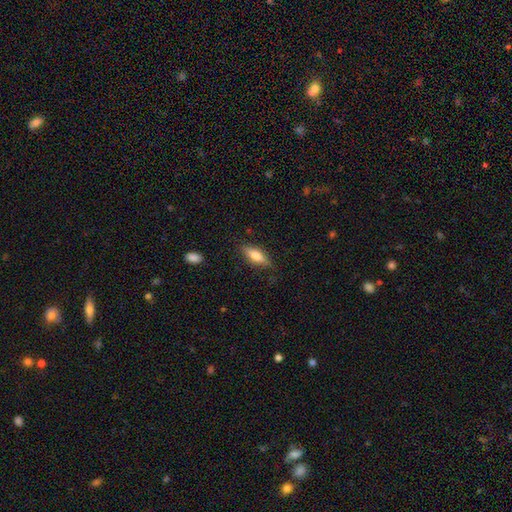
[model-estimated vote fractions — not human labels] smooth 64%, featured or disk 29%, star or artifact 7%. Down the decision tree: how rounded — in between (57%); merging — none (80%).